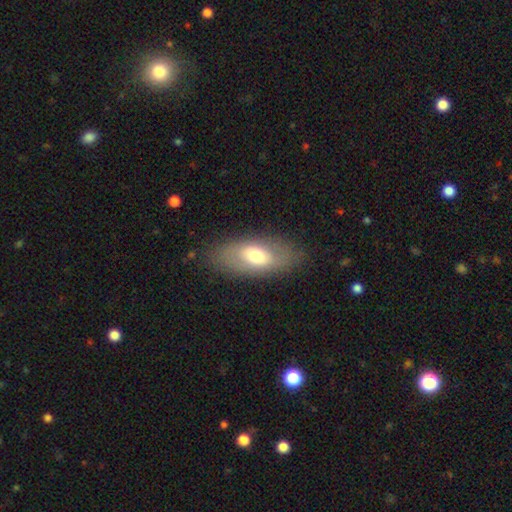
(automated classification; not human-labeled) A smooth galaxy with no disk features (62%) that is in between round and cigar-shaped (87%).

Vote fractions:
- Smooth or featured? smooth: 62% / featured or disk: 31% / star or artifact: 7%
- How rounded? in between: 87% / cigar-shaped: 8% / round: 5%
- Merging? none: 82% / minor disturbance: 12% / major disturbance: 5% / merger: 1%